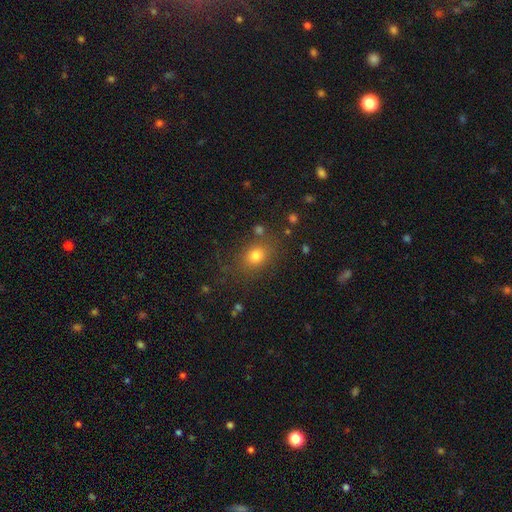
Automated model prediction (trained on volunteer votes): This is likely a smooth galaxy (76%). How rounded: possibly round (52%). Merging: likely none (78%).